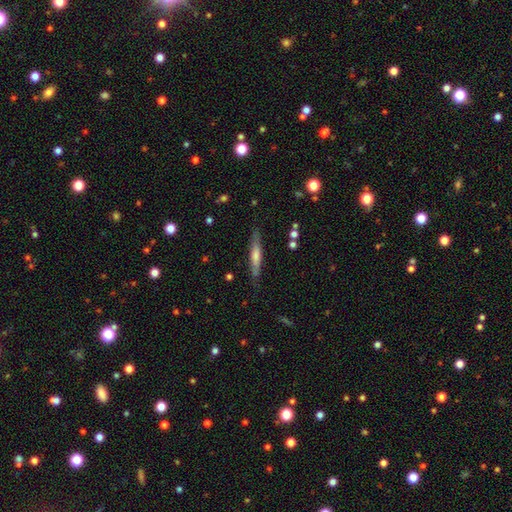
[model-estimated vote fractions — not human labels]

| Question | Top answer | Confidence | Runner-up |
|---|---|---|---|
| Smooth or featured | featured or disk | 51% | smooth (42%) |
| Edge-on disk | yes | 90% | no (10%) |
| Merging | none | 82% | minor disturbance (13%) |